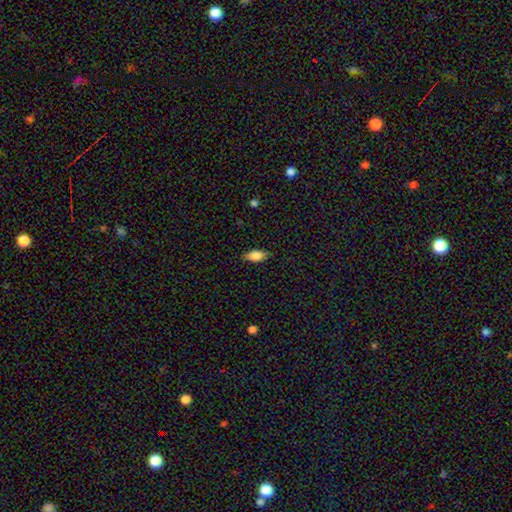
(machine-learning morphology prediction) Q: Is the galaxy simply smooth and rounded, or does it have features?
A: smooth — 81%.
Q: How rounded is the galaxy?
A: in between — 87%.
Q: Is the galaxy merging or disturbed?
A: none — 83%.